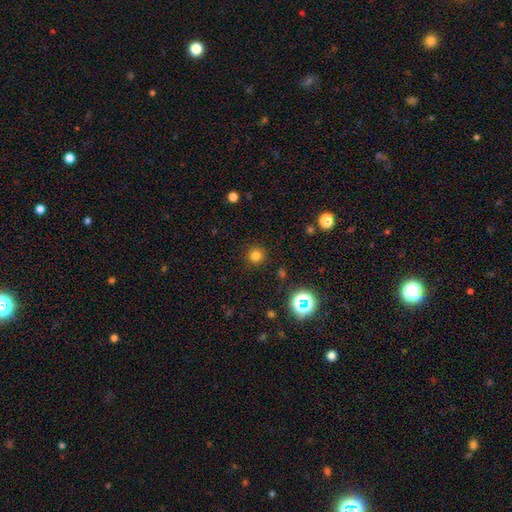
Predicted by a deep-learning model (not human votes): Smooth or featured? Predicted: smooth (p=0.77). How rounded? Predicted: round (p=0.95). Merging? Predicted: none (p=0.90).